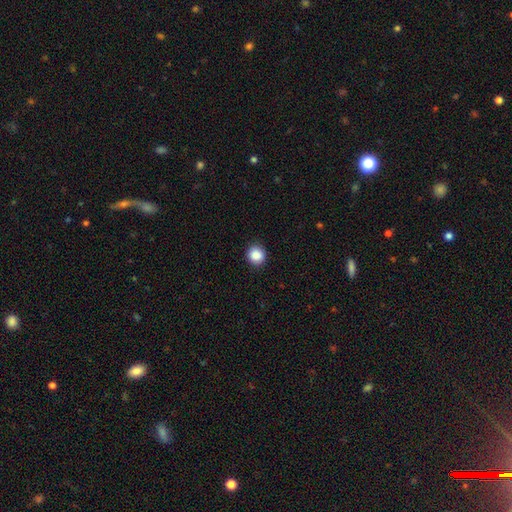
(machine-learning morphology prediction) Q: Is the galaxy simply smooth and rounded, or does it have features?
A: smooth — 87%.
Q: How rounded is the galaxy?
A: round — 89%.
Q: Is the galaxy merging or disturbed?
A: none — 92%.